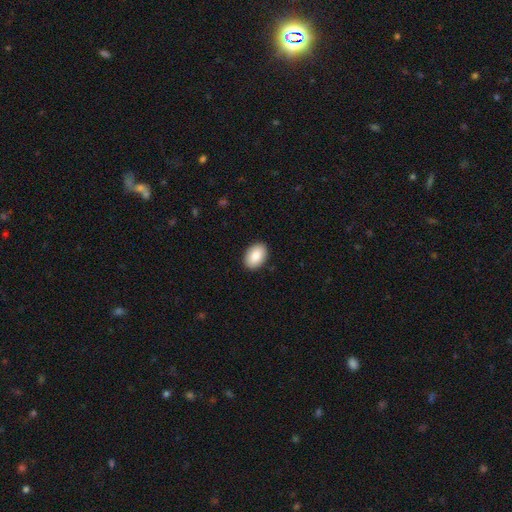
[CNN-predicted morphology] Smooth or featured? smooth (88%)
How rounded? in between (88%)
Merging? none (91%)